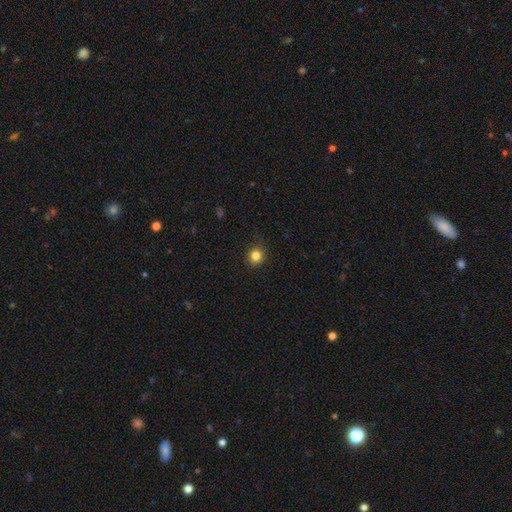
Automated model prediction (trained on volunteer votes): Smooth or featured? smooth (83%)
How rounded? round (86%)
Merging? none (86%)